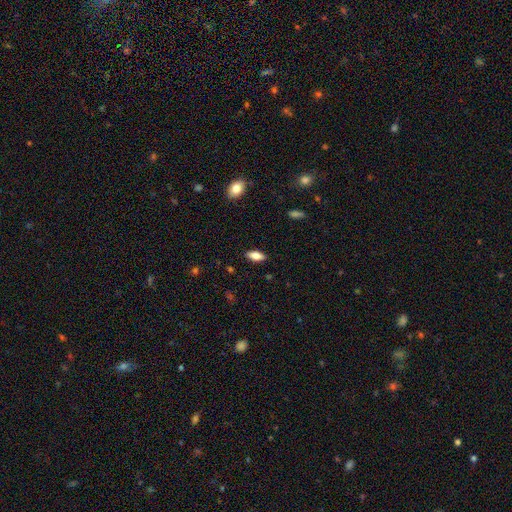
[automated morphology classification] Smooth or featured? Predicted: smooth (p=0.77). How rounded? Predicted: in between (p=0.82). Merging? Predicted: none (p=0.87).